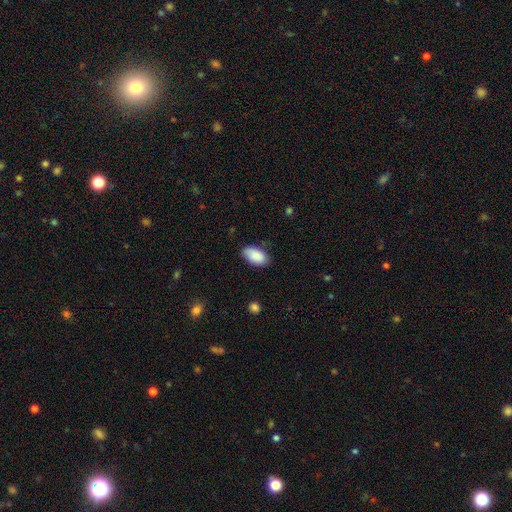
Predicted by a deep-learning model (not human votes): Smooth or featured? Predicted: smooth (p=0.88). How rounded? Predicted: in between (p=0.95). Merging? Predicted: none (p=0.77).